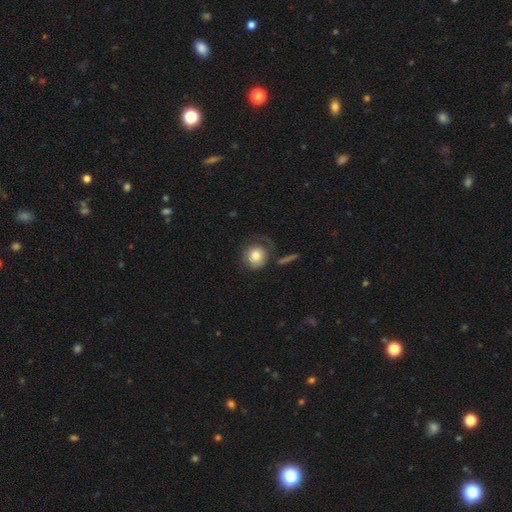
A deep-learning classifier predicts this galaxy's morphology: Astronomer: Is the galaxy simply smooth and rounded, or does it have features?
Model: smooth — 78%.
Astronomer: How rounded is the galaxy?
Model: round — 87%.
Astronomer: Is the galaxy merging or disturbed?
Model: none — 57%.